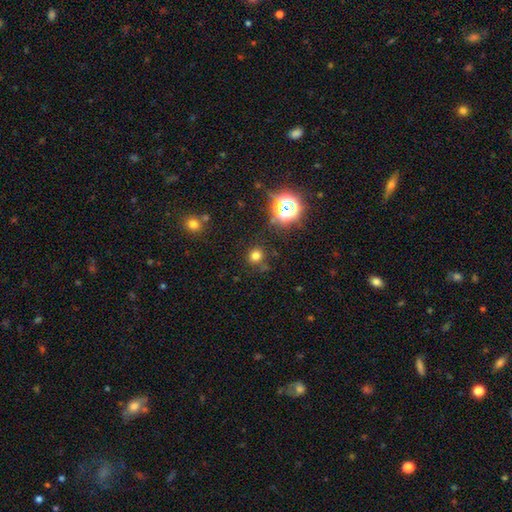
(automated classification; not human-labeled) Smooth or featured: smooth — 73% (star or artifact — 22%)
How rounded: round — 89% (in between — 10%)
Merging: none — 83% (minor disturbance — 10%)